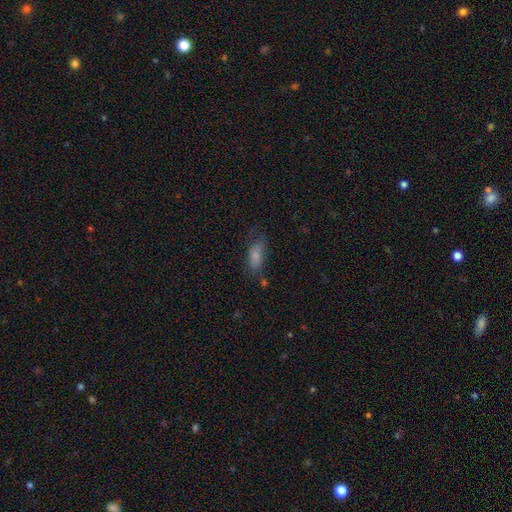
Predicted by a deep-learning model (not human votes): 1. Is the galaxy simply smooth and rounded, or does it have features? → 76% smooth, 14% featured or disk, 10% star or artifact.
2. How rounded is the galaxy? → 79% in between, 17% cigar-shaped, 3% round.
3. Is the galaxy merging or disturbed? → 51% none, 30% minor disturbance, 15% major disturbance, 5% merger.